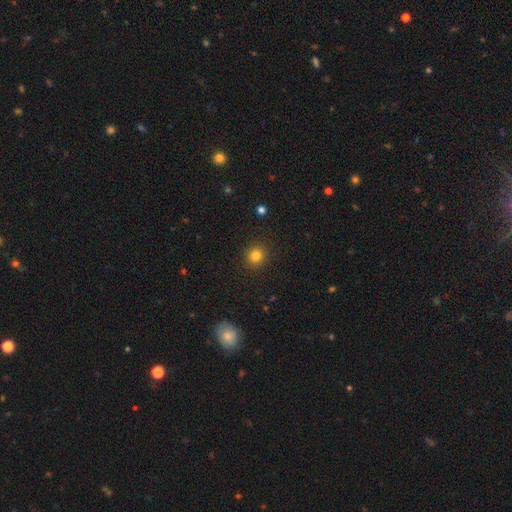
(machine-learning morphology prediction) smooth-or-featured: smooth: 82% | star or artifact: 13% | featured or disk: 6%
  how-rounded: round: 89% | in between: 10% | cigar-shaped: 1%
  merging: none: 91% | minor disturbance: 6% | major disturbance: 2% | merger: 1%